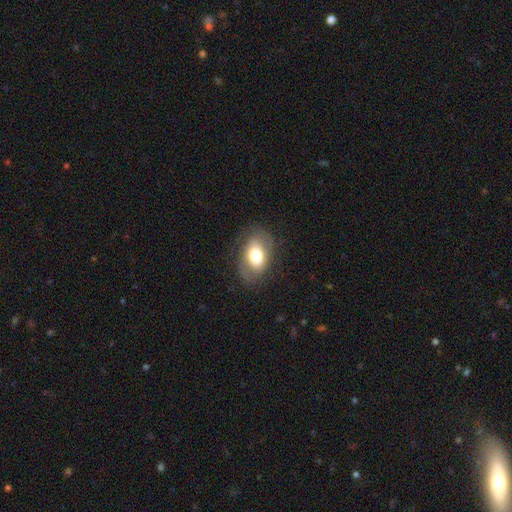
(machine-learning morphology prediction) smooth_or_featured: smooth (p=0.66) [alt: featured or disk p=0.26]
how_rounded: in between (p=0.88) [alt: round p=0.11]
merging: none (p=0.77) [alt: minor disturbance p=0.15]